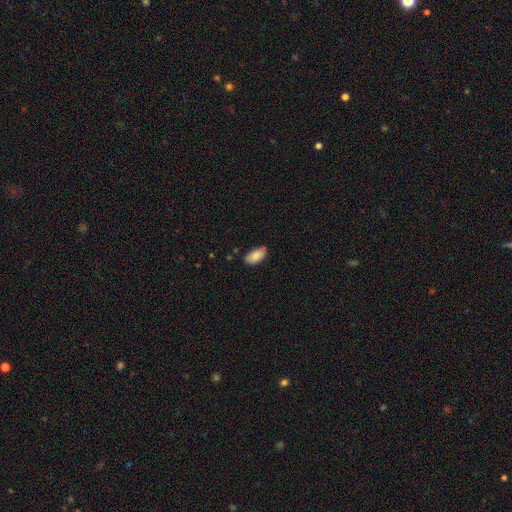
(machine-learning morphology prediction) This is clearly a smooth galaxy (85%). How rounded: clearly in between (94%). Merging: likely none (78%).